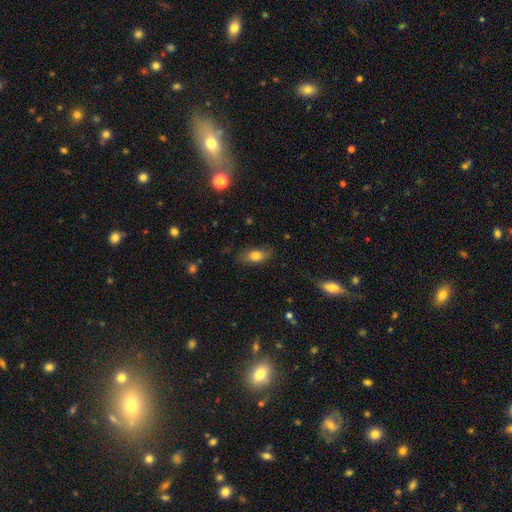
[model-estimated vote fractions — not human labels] Overall: smooth (77%). How rounded: in between (83%). Merging: none (79%).